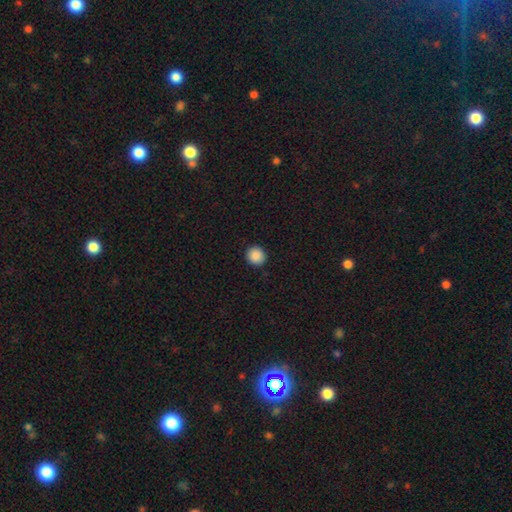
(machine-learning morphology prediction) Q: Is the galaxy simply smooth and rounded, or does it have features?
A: smooth — 89%.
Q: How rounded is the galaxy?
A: round — 94%.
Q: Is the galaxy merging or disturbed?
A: none — 92%.